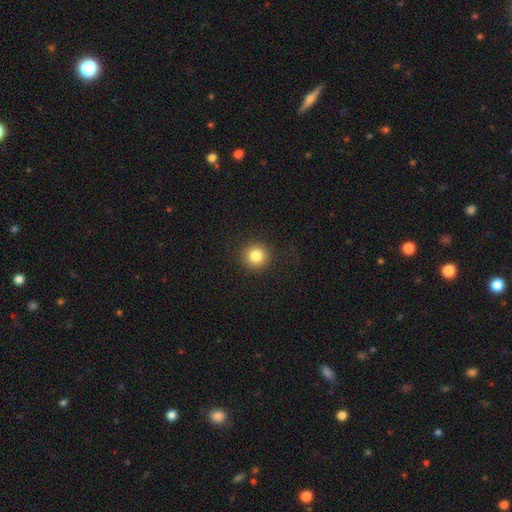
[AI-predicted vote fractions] smooth 83%, star or artifact 11%, featured or disk 6%. Down the decision tree: how rounded — round (94%); merging — none (90%).